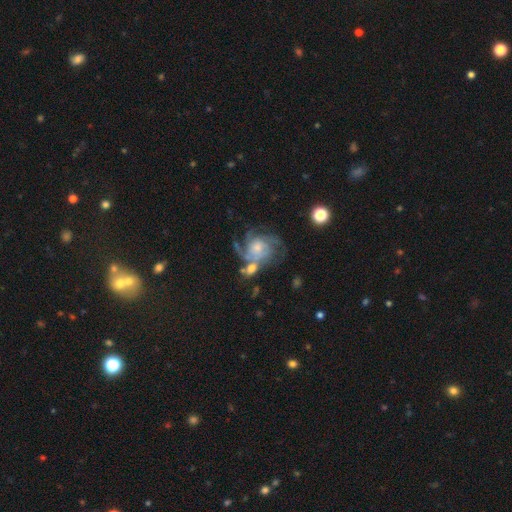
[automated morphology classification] Smooth or featured? featured or disk (76%)
Edge-on disk? no (97%)
Bar? no (68%)
Spiral arms? yes (95%)
Spiral winding? tight (48%)
Spiral arm count? 3 (34%)
Bulge size? moderate (46%)
Merging? none (61%)